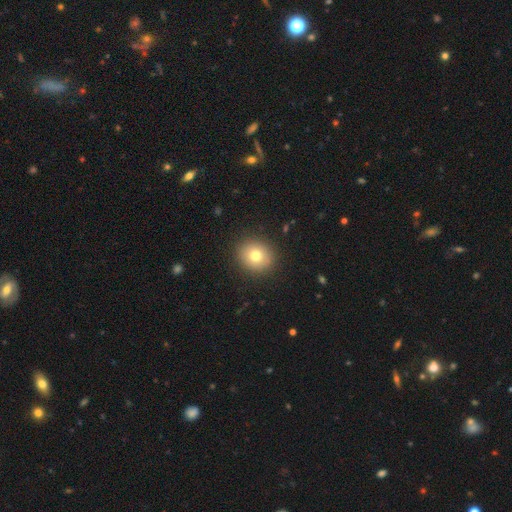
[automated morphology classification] A smooth galaxy with no disk features (76%) that is round (84%). Merging: none (91%).